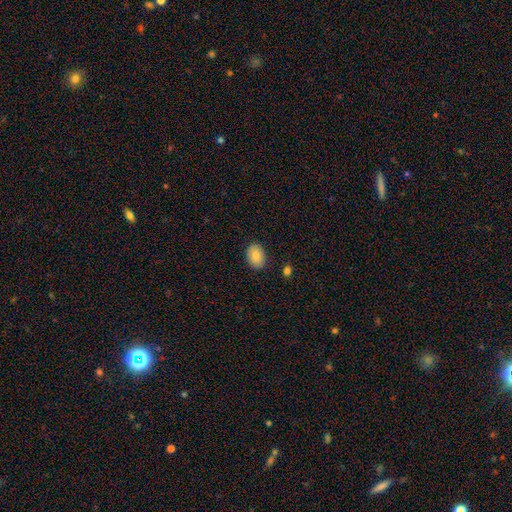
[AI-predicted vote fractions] smooth_or_featured: smooth (p=0.86) [alt: star or artifact p=0.07]
how_rounded: in between (p=0.79) [alt: round p=0.20]
merging: none (p=0.87) [alt: minor disturbance p=0.10]